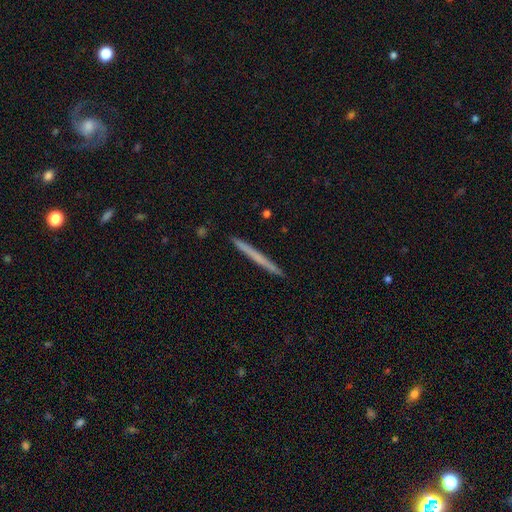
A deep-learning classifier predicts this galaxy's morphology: Overall: smooth (54%; featured or disk 40%). How rounded: cigar-shaped (97%). Merging: none (93%).